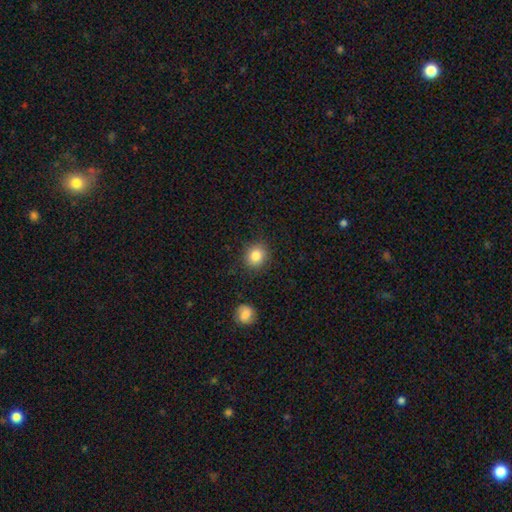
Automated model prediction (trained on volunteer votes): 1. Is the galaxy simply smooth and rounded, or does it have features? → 84% smooth, 10% star or artifact, 6% featured or disk.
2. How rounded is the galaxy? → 80% round, 19% in between, 1% cigar-shaped.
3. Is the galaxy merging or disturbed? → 87% none, 9% minor disturbance, 3% major disturbance, 2% merger.